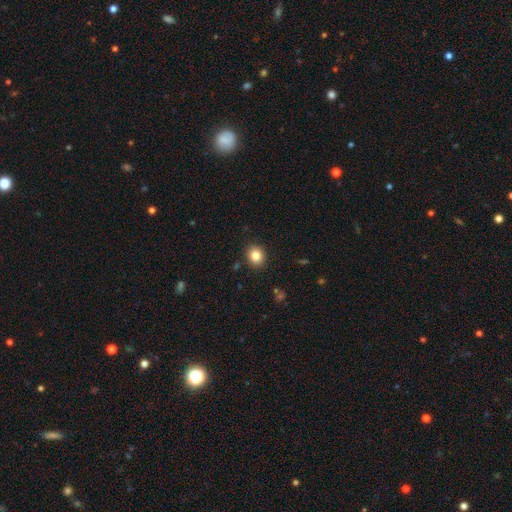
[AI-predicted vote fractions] Smooth or featured? smooth (84%)
How rounded? round (67%)
Merging? none (89%)